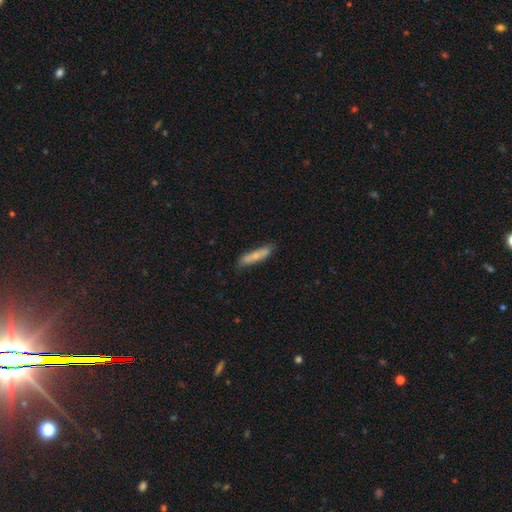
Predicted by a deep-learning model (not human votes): Smooth or featured?
  - smooth: 67% *
  - featured or disk: 26%
  - star or artifact: 6%
How rounded?
  - cigar-shaped: 82% *
  - in between: 17%
  - round: 2%
Merging?
  - none: 78% *
  - minor disturbance: 16%
  - major disturbance: 3%
  - merger: 2%